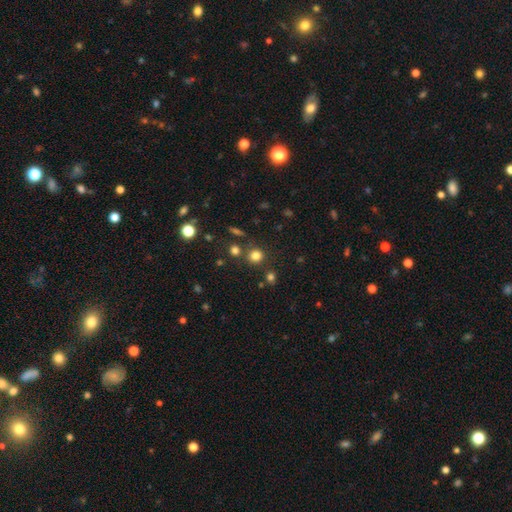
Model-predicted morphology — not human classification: smooth-or-featured: smooth: 79% | star or artifact: 16% | featured or disk: 6%
  how-rounded: round: 90% | in between: 9% | cigar-shaped: 1%
  merging: none: 79% | merger: 9% | minor disturbance: 8% | major disturbance: 3%